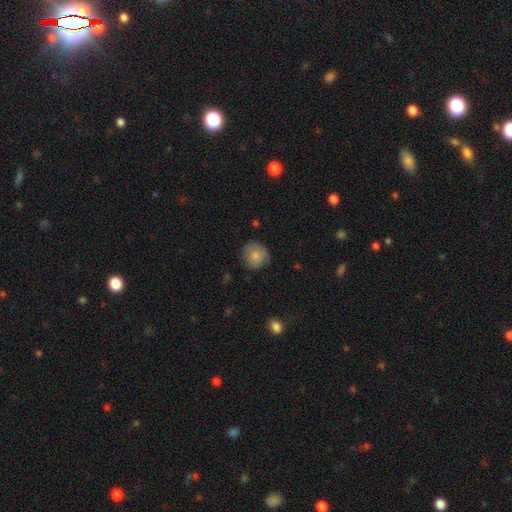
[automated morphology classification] A smooth galaxy with no disk features (79%) that is round (87%). Merging: none (73%).